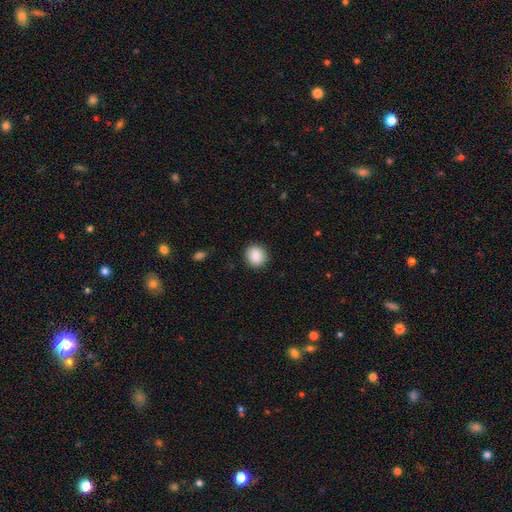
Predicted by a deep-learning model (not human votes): The model was most divided on "how rounded": round: 87%, in between: 12%, cigar-shaped: 1%. More confident: merging — none (91%); smooth or featured — smooth (86%).